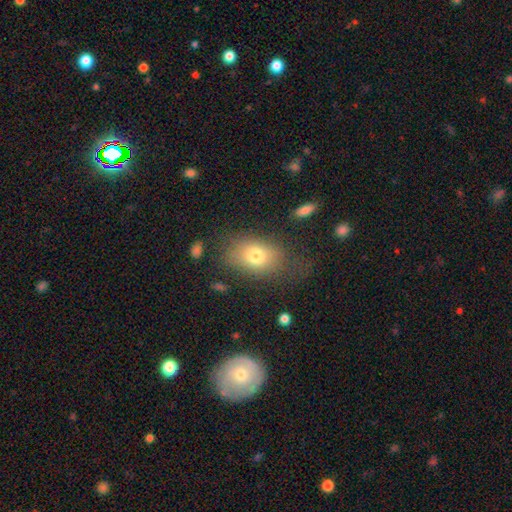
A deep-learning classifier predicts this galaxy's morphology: Smooth or featured?
  - smooth: 74% *
  - featured or disk: 15%
  - star or artifact: 11%
How rounded?
  - in between: 75% *
  - round: 23%
  - cigar-shaped: 1%
Merging?
  - none: 64% *
  - minor disturbance: 19%
  - major disturbance: 14%
  - merger: 3%